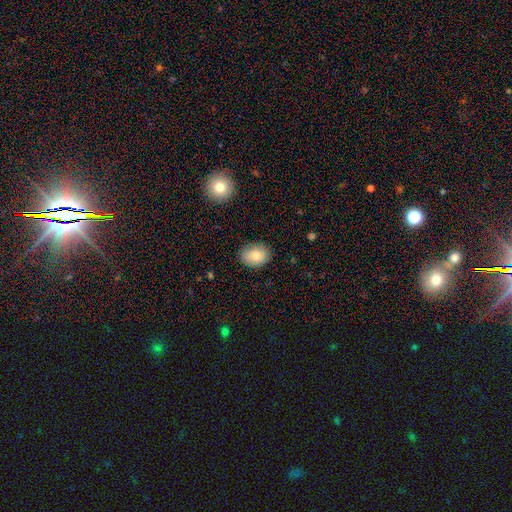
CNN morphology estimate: A smooth galaxy with no disk features (84%) that is in between round and cigar-shaped (69%). Merging: none (83%).